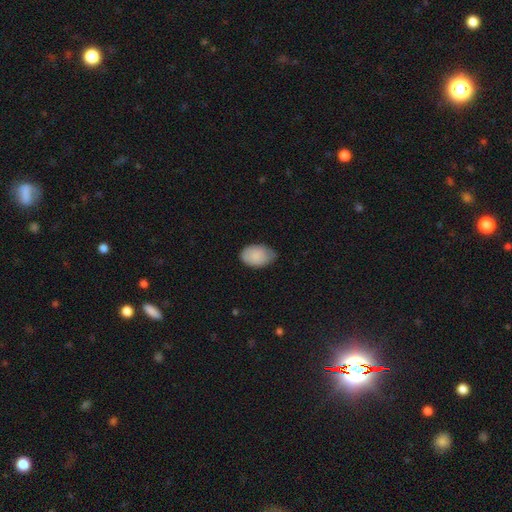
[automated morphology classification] Q: Smooth or featured?
A: smooth (87%); runner-up: featured or disk (7%)
Q: How rounded?
A: in between (87%); runner-up: round (12%)
Q: Merging?
A: none (63%); runner-up: minor disturbance (31%)